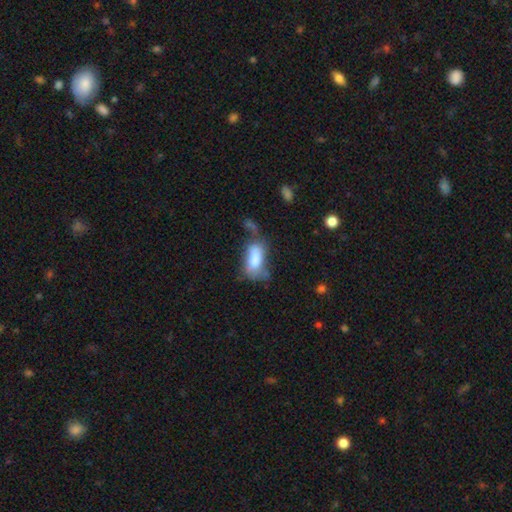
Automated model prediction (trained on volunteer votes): This is likely a smooth galaxy (72%). How rounded: clearly in between (86%). Merging: marginally none (31%).